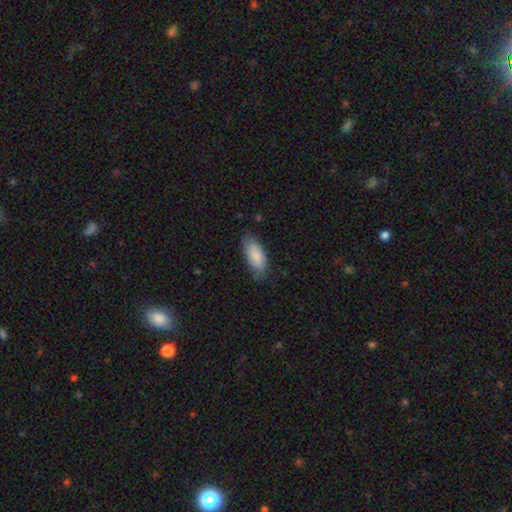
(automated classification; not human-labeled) smooth-or-featured: smooth: 86% | featured or disk: 9% | star or artifact: 6%
  how-rounded: in between: 89% | cigar-shaped: 9% | round: 2%
  merging: none: 74% | minor disturbance: 21% | major disturbance: 4% | merger: 1%